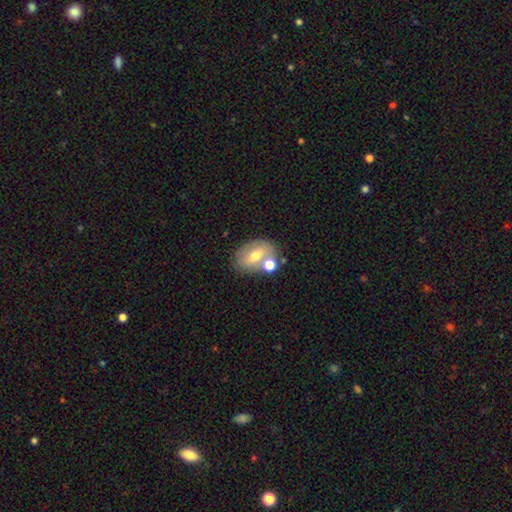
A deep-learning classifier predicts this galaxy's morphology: A smooth galaxy with no disk features (54%) that is in between round and cigar-shaped (72%). Merging: none (55%).